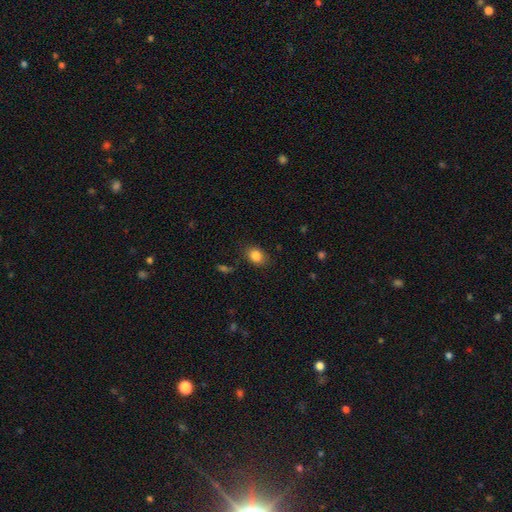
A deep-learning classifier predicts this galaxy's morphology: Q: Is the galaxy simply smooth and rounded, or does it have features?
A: smooth — 84%.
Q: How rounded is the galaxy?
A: in between — 67%.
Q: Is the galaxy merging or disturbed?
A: none — 81%.